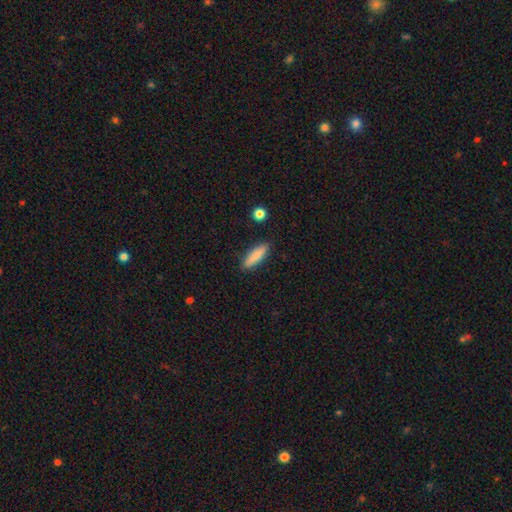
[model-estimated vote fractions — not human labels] A smooth galaxy with no disk features (82%) that is cigar-shaped (67%).

Vote fractions:
- Smooth or featured? smooth: 82% / featured or disk: 11% / star or artifact: 6%
- How rounded? cigar-shaped: 67% / in between: 31% / round: 2%
- Merging? none: 87% / minor disturbance: 9% / major disturbance: 2% / merger: 2%